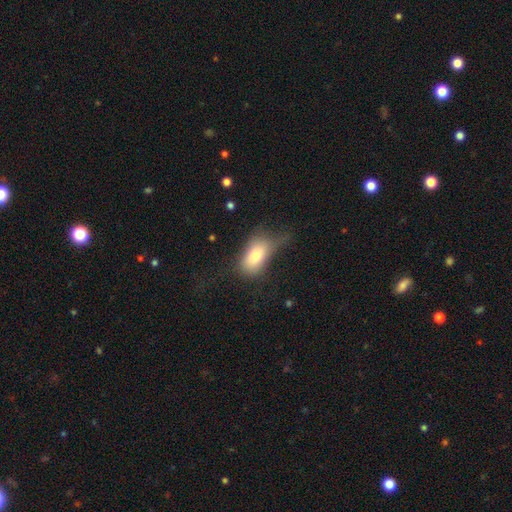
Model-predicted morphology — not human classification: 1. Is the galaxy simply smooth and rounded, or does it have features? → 74% smooth, 17% featured or disk, 9% star or artifact.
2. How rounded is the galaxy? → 89% in between, 7% round, 4% cigar-shaped.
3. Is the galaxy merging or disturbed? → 38% none, 33% minor disturbance, 26% major disturbance, 3% merger.